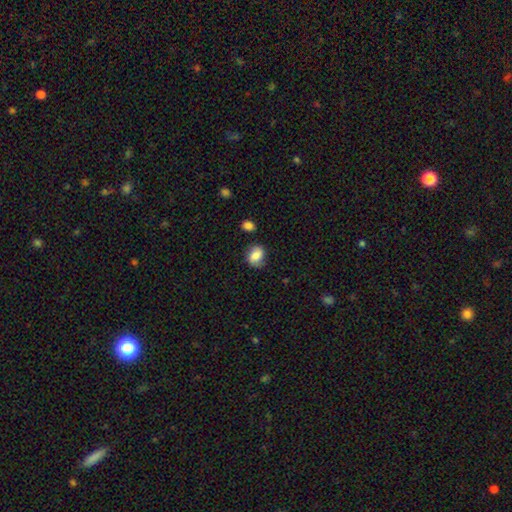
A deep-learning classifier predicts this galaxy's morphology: This is likely a smooth galaxy (72%). How rounded: possibly in between (51%). Merging: likely none (67%).